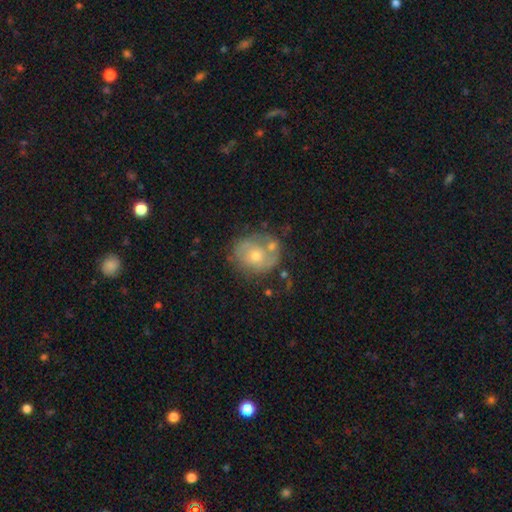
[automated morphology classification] Smooth or featured?
  - featured or disk: 48% *
  - smooth: 42%
  - star or artifact: 10%
Merging?
  - none: 53% *
  - minor disturbance: 22%
  - merger: 16%
  - major disturbance: 10%